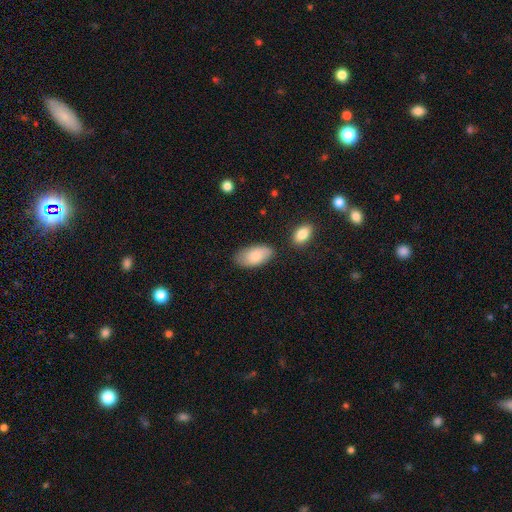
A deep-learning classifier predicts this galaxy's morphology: The model was most divided on "merging": none: 74%, minor disturbance: 17%, merger: 6%, major disturbance: 4%. More confident: how rounded — in between (95%); smooth or featured — smooth (84%).